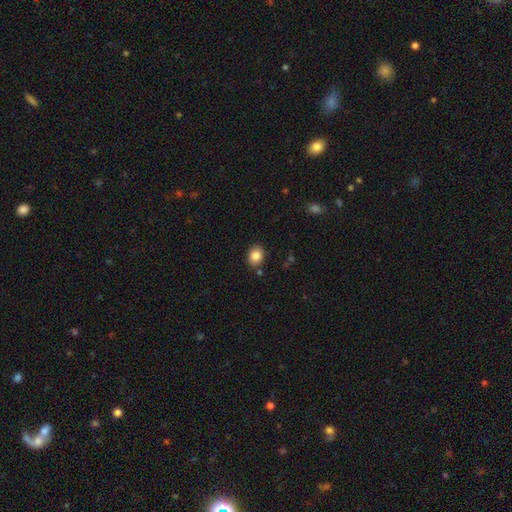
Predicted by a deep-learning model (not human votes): Overall: smooth (85%). How rounded: in between (53%; round 46%). Merging: none (84%).